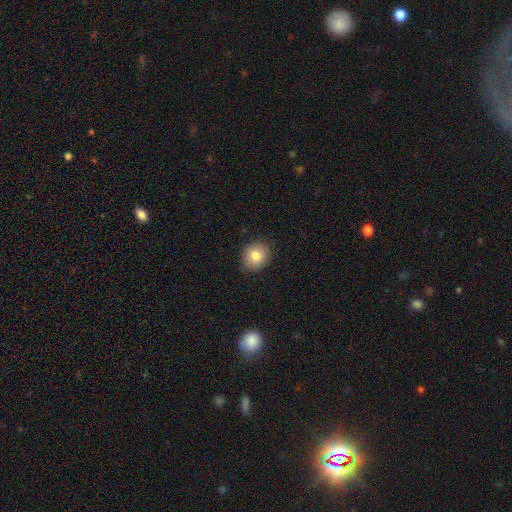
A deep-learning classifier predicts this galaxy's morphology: Overall: smooth (83%). How rounded: round (68%; in between 31%). Merging: none (86%).